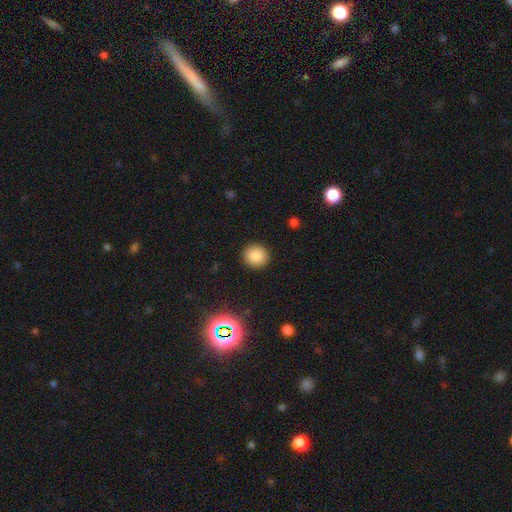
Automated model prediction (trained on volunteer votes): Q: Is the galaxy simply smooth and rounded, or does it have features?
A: smooth — 86%.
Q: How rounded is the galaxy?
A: round — 92%.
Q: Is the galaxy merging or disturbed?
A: none — 92%.